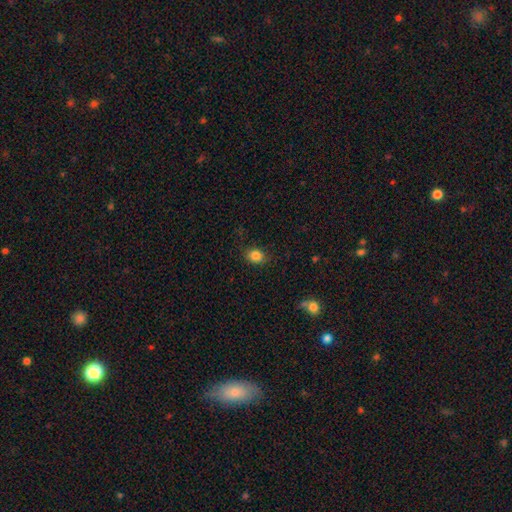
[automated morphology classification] Q: Smooth or featured?
A: smooth (84%); runner-up: star or artifact (11%)
Q: How rounded?
A: round (56%); runner-up: in between (43%)
Q: Merging?
A: none (81%); runner-up: minor disturbance (14%)